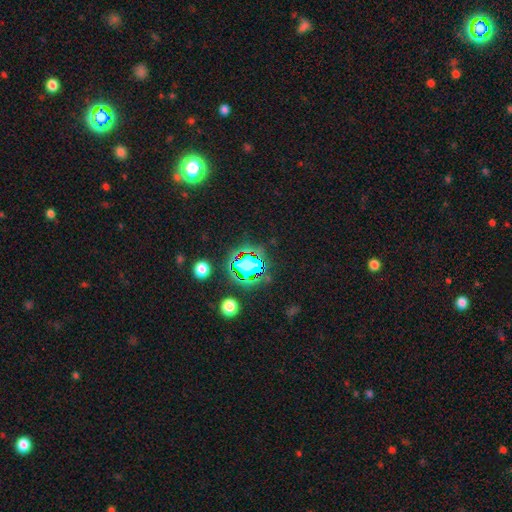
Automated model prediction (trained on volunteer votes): This is likely a star or artifact rather than a galaxy (76%).